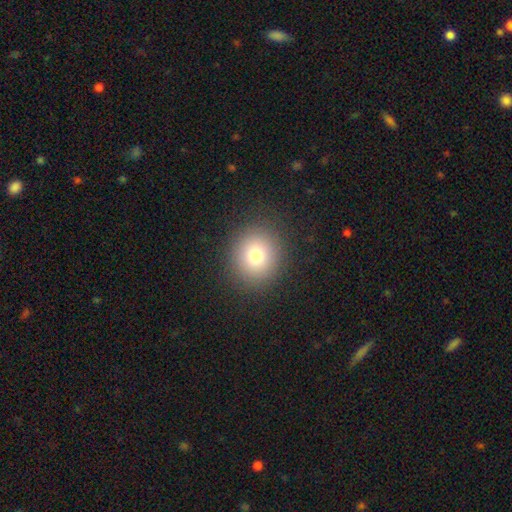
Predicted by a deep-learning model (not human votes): smooth_or_featured: smooth (p=0.77) [alt: star or artifact p=0.13]
how_rounded: round (p=0.82) [alt: in between p=0.17]
merging: none (p=0.89) [alt: minor disturbance p=0.07]